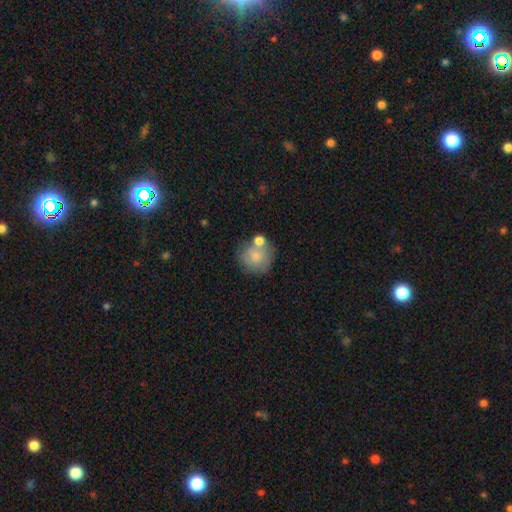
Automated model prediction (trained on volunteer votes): Overall: smooth (76%). How rounded: round (87%). Merging: none (55%; merger 21%).